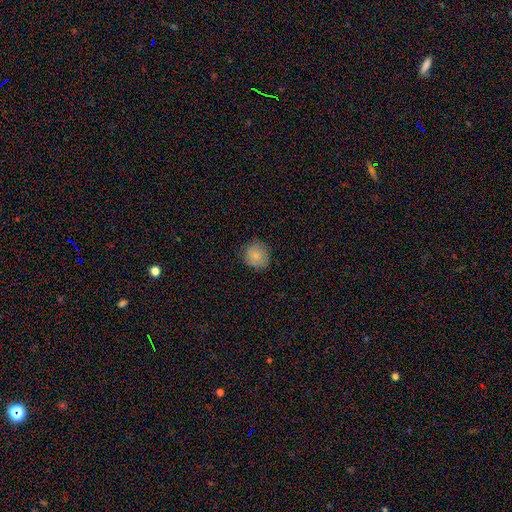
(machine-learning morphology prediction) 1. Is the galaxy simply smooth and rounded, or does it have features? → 84% smooth, 8% star or artifact, 8% featured or disk.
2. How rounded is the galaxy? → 87% round, 12% in between, 1% cigar-shaped.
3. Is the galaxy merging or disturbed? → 81% none, 15% minor disturbance, 3% major disturbance, 1% merger.